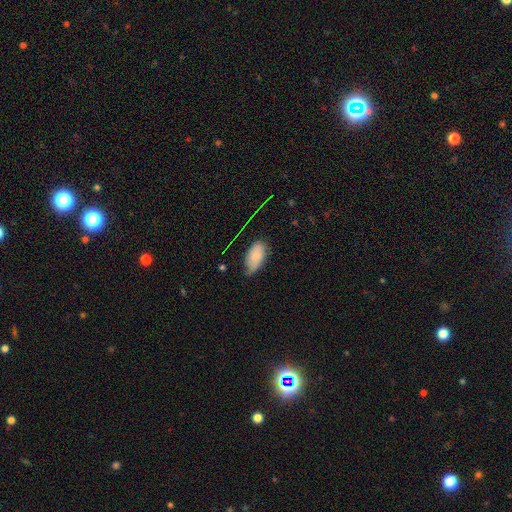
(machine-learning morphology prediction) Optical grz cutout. It shows a smooth galaxy with no disk features (77%) that is in between round and cigar-shaped (94%). Merging: none (59%).